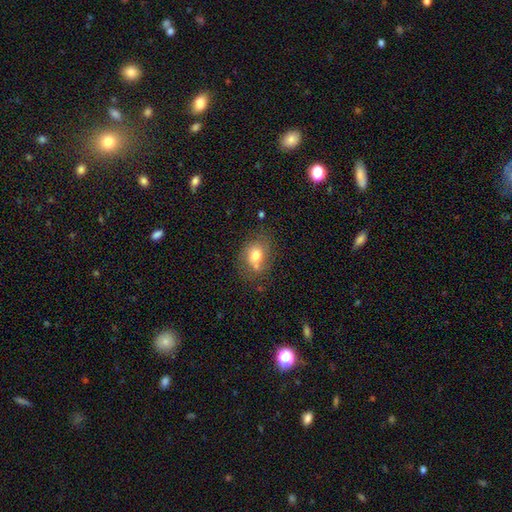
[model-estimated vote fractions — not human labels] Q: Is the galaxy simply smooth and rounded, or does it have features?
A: smooth — 72%.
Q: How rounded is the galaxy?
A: in between — 54%.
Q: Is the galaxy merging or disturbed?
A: none — 53%.